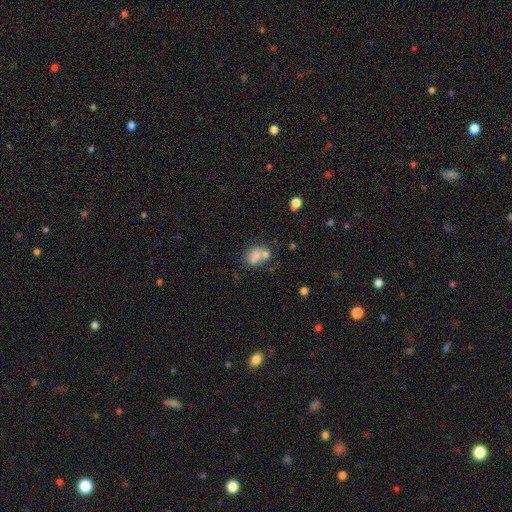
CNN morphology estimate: type=smooth (71%); roundness=in between (62%); merging=none (42%).